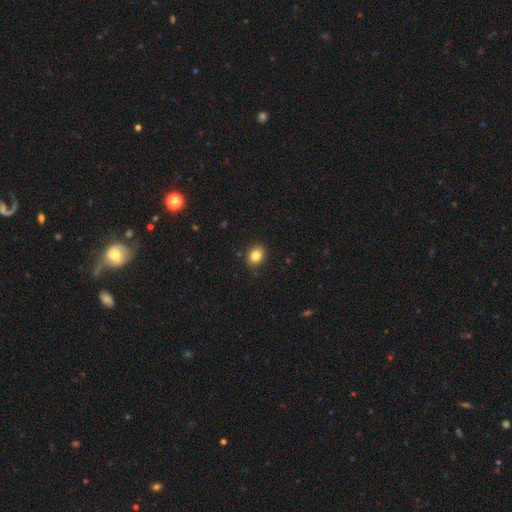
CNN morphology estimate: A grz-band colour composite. It shows a smooth galaxy with no disk features (83%) that is in between round and cigar-shaped (59%). Merging: none (89%).